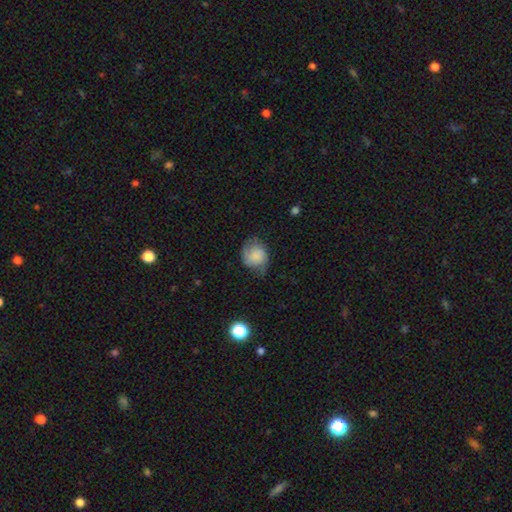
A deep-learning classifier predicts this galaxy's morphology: Smooth or featured: smooth — 63% (featured or disk — 29%)
How rounded: round — 66% (in between — 33%)
Merging: none — 53% (minor disturbance — 33%)